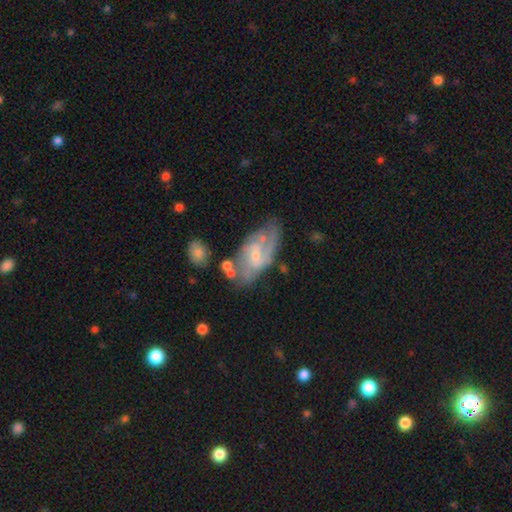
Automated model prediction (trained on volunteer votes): featured or disk 78%, smooth 16%, star or artifact 6%. Down the decision tree: edge-on disk — no (95%); bar — weak (46%); spiral arms — yes (88%); spiral arm count — 2 (60%); spiral winding — medium (48%); bulge size — small (69%); merging — none (54%).